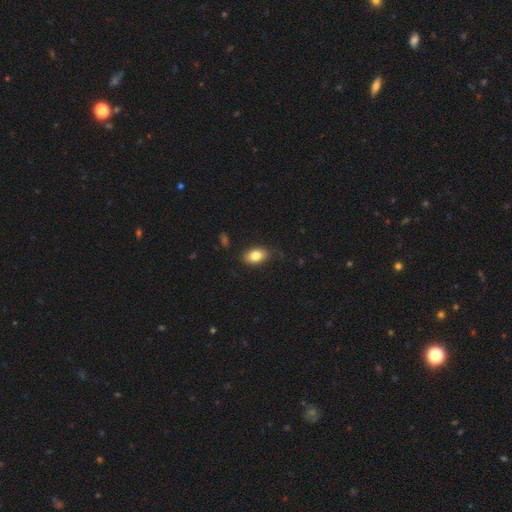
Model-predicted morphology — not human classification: Smooth or featured: smooth — 83% (featured or disk — 9%)
How rounded: in between — 87% (round — 12%)
Merging: none — 82% (minor disturbance — 14%)